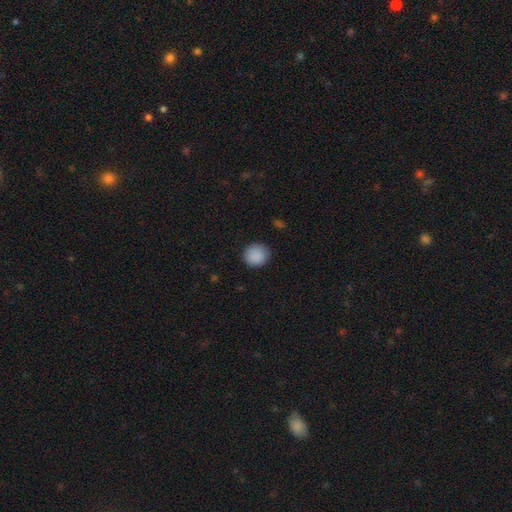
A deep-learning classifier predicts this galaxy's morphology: smooth_or_featured: smooth (p=0.89) [alt: star or artifact p=0.08]
how_rounded: round (p=0.88) [alt: in between p=0.11]
merging: none (p=0.88) [alt: minor disturbance p=0.09]